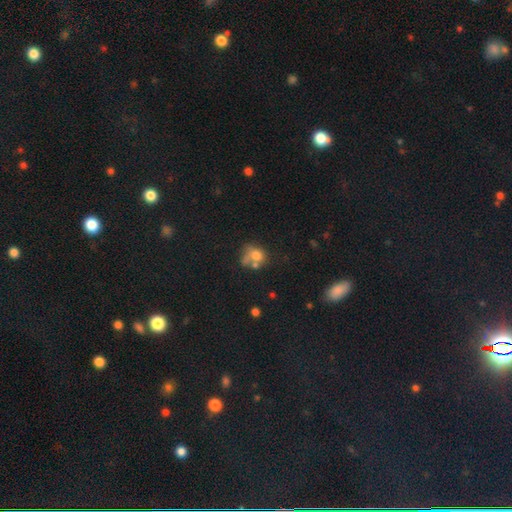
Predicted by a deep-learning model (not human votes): A smooth galaxy with no disk features (68%) that is round (61%).

Vote fractions:
- Smooth or featured? smooth: 68% / featured or disk: 19% / star or artifact: 13%
- How rounded? round: 61% / in between: 37% / cigar-shaped: 1%
- Merging? merger: 37% / none: 32% / minor disturbance: 16% / major disturbance: 14%